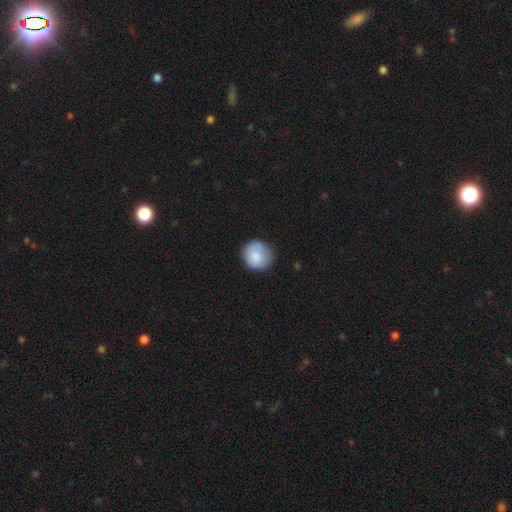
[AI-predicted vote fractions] Smooth or featured: smooth — 85% (featured or disk — 9%)
How rounded: round — 90% (in between — 9%)
Merging: none — 79% (minor disturbance — 16%)